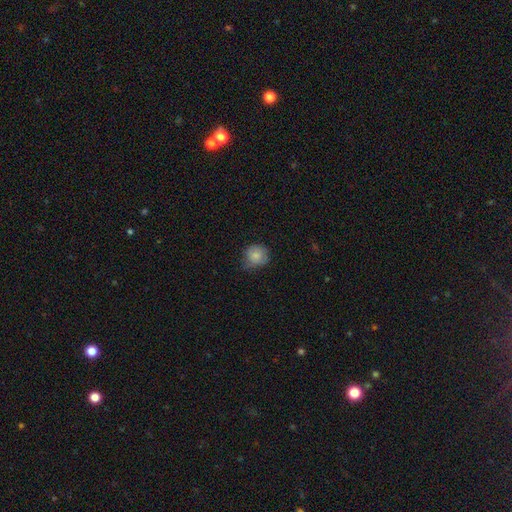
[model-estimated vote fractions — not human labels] smooth-or-featured: smooth: 82% | featured or disk: 10% | star or artifact: 8%
  how-rounded: round: 85% | in between: 14% | cigar-shaped: 1%
  merging: none: 61% | minor disturbance: 31% | major disturbance: 7% | merger: 1%